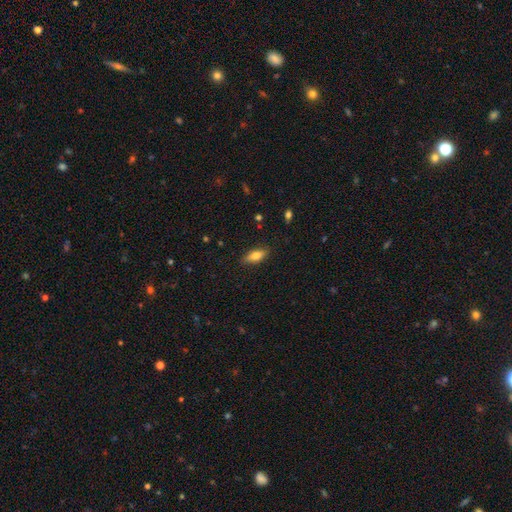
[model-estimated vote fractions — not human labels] Morphology: type=smooth (73%); roundness=in between (72%); merging=none (86%).